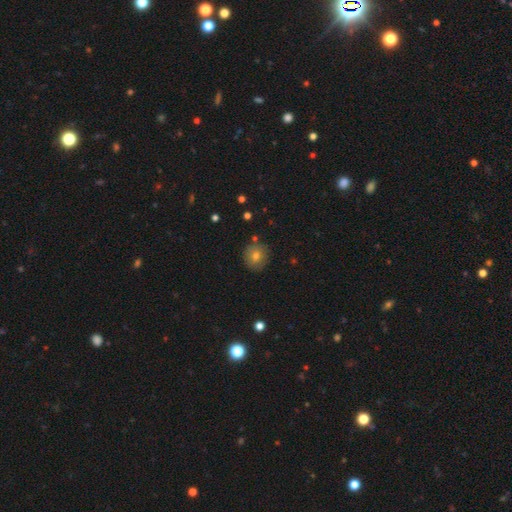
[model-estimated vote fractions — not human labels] Smooth or featured? smooth (74%)
How rounded? round (90%)
Merging? none (86%)